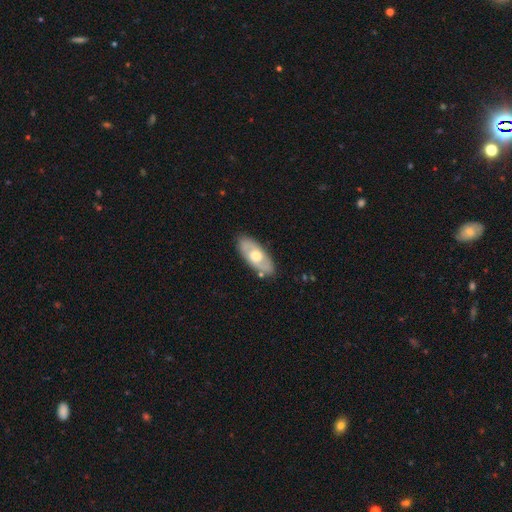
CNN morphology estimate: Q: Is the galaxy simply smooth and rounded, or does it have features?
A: featured or disk — 50%.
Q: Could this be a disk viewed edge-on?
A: no — 81%.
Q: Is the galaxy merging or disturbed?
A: none — 83%.